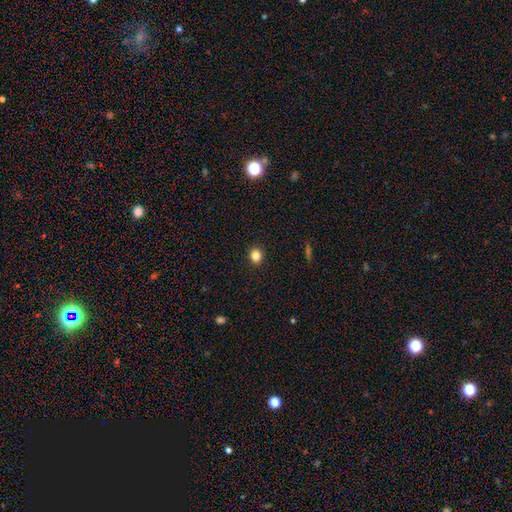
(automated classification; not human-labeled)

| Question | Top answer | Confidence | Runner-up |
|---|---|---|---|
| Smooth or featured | smooth | 83% | star or artifact (12%) |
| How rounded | round | 78% | in between (21%) |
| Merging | none | 92% | minor disturbance (5%) |